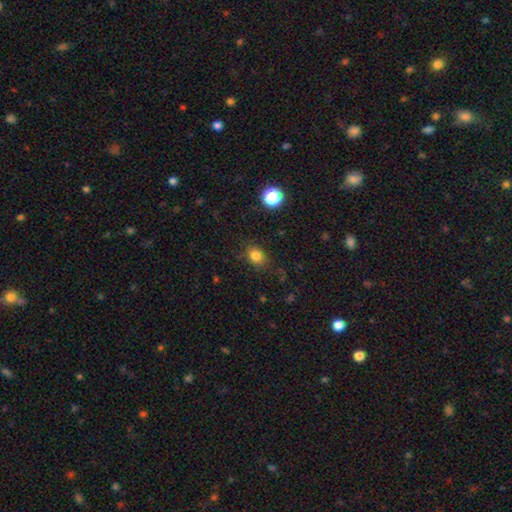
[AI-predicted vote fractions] A smooth galaxy with no disk features (81%) that is round (53%). Merging: none (81%).